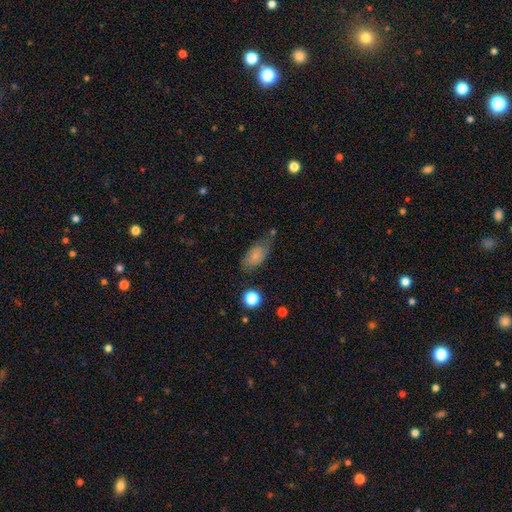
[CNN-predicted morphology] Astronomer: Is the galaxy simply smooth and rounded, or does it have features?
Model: smooth — 71%.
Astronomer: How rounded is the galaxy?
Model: in between — 88%.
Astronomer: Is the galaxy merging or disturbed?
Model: none — 54% (runner-up: minor disturbance, 30%).